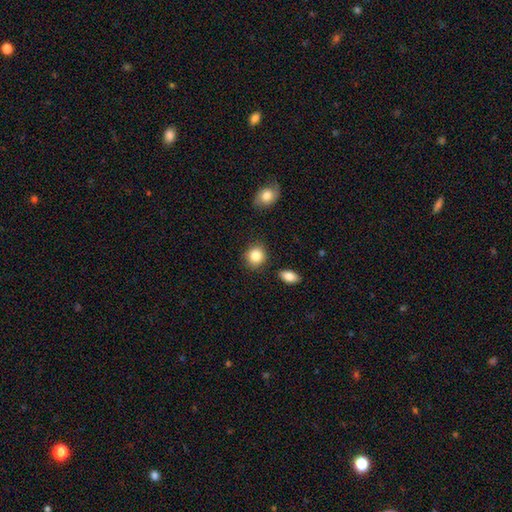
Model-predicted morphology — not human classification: smooth 86%, star or artifact 8%, featured or disk 6%. Down the decision tree: how rounded — round (76%); merging — none (84%).